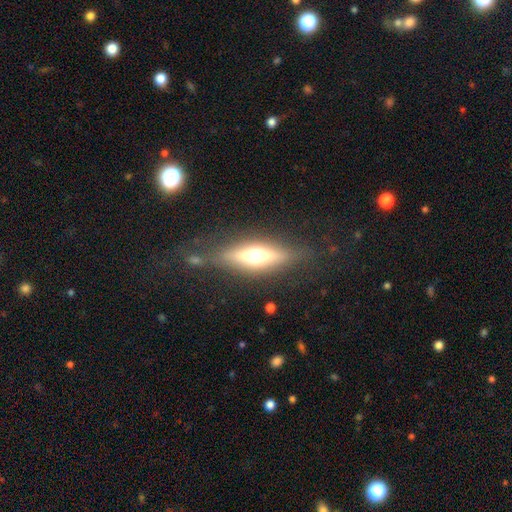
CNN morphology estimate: Smooth or featured: featured or disk — 59% (smooth — 32%)
Edge-on disk: yes — 89% (no — 11%)
Edge-on bulge: rounded — 92% (boxy — 6%)
Merging: none — 78% (minor disturbance — 13%)